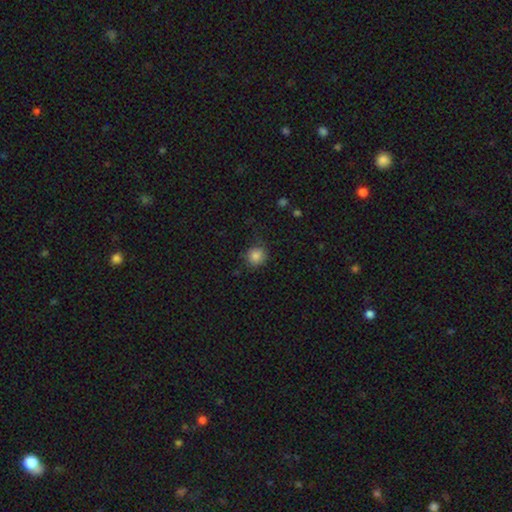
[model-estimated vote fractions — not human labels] smooth_or_featured: smooth (p=0.84) [alt: star or artifact p=0.11]
how_rounded: round (p=0.86) [alt: in between p=0.13]
merging: none (p=0.77) [alt: minor disturbance p=0.17]